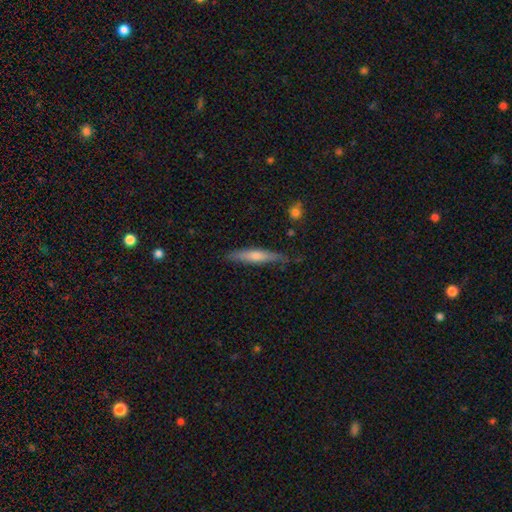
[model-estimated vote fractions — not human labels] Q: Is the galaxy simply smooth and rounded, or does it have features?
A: smooth — 48%.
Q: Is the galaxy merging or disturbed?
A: none — 81%.